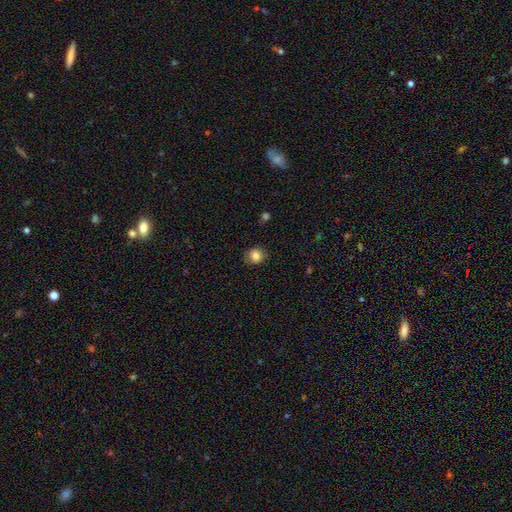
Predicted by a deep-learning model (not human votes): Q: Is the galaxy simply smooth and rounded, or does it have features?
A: smooth — 84%.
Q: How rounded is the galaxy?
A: round — 83%.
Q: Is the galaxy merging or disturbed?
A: none — 85%.